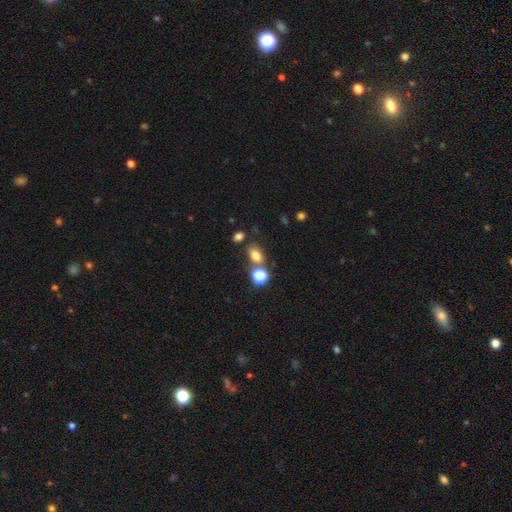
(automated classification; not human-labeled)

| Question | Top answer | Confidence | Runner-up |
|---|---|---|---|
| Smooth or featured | smooth | 76% | star or artifact (16%) |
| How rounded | in between | 70% | round (29%) |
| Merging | none | 63% | merger (20%) |